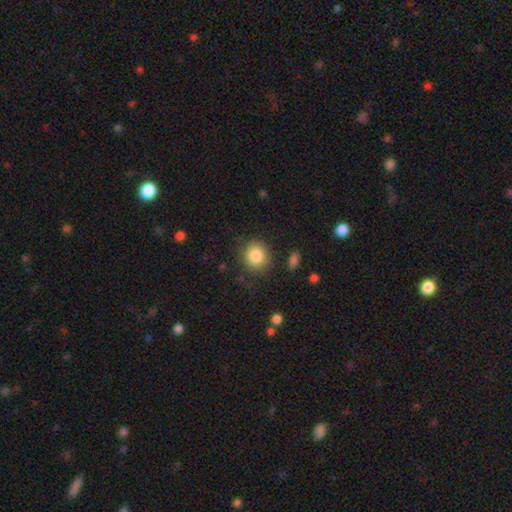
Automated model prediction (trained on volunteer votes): Overall: smooth (85%). How rounded: round (84%). Merging: none (85%).